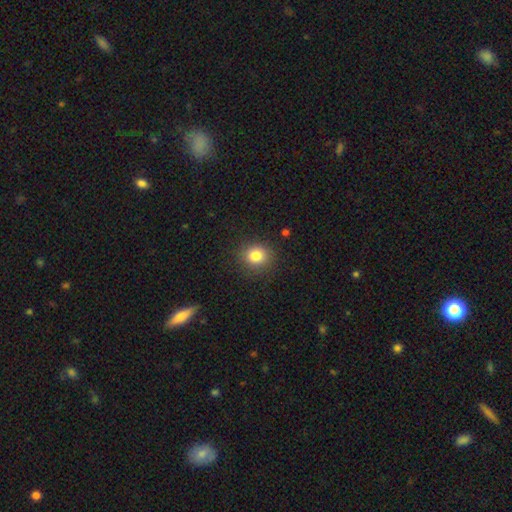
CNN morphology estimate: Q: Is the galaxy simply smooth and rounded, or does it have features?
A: smooth — 83%.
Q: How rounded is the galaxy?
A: round — 82%.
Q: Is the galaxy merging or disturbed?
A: none — 87%.